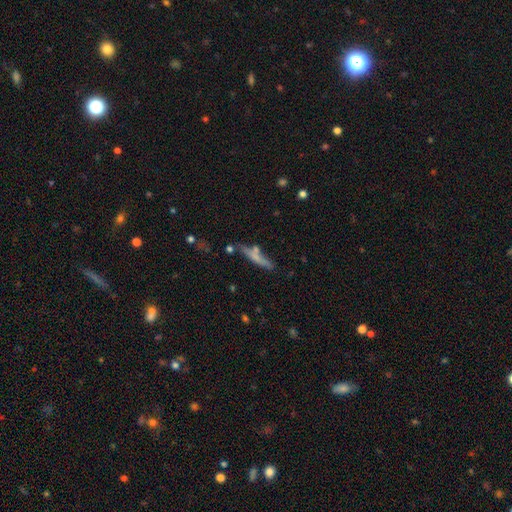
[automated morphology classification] The model was most divided on "smooth or featured": smooth: 60%, featured or disk: 32%, star or artifact: 8%. More confident: how rounded — cigar-shaped (87%); merging — none (59%).